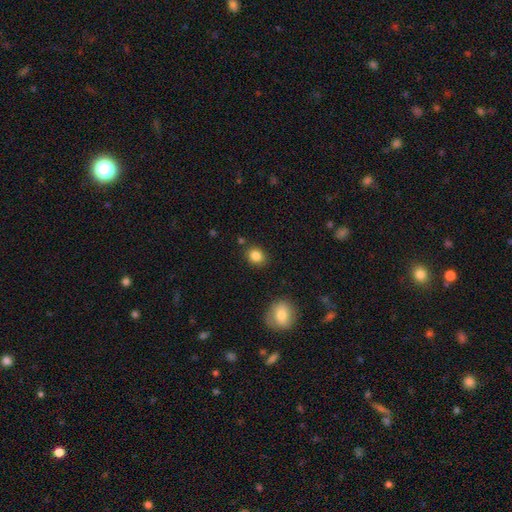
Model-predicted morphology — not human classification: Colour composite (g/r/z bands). It shows a smooth galaxy with no disk features (84%) that is round (60%). Merging: none (85%).